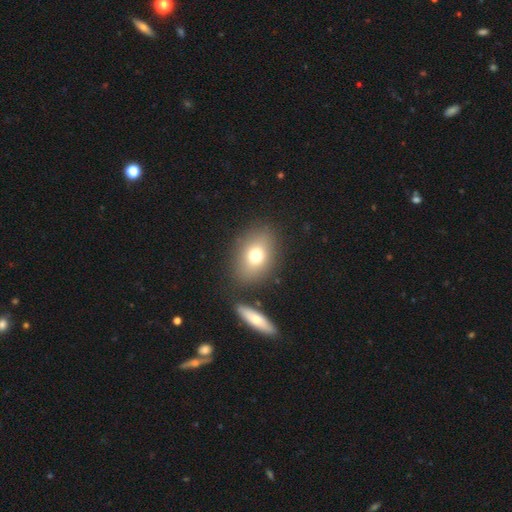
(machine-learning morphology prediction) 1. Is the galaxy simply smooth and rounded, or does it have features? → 74% smooth, 16% featured or disk, 10% star or artifact.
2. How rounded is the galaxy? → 70% in between, 28% round, 2% cigar-shaped.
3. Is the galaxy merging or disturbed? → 78% none, 10% minor disturbance, 8% merger, 4% major disturbance.